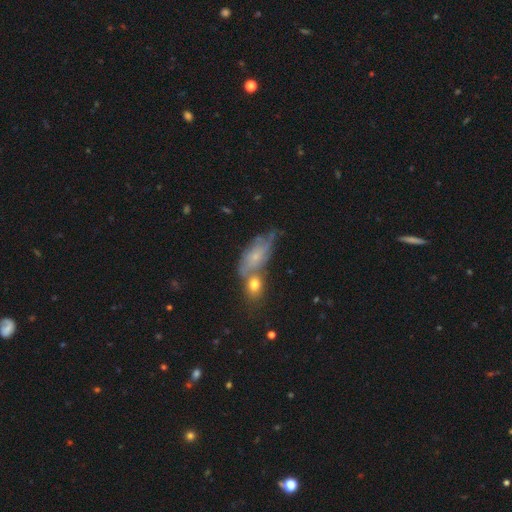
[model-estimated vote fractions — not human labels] Smooth or featured? featured or disk (49%)
Merging? none (36%)